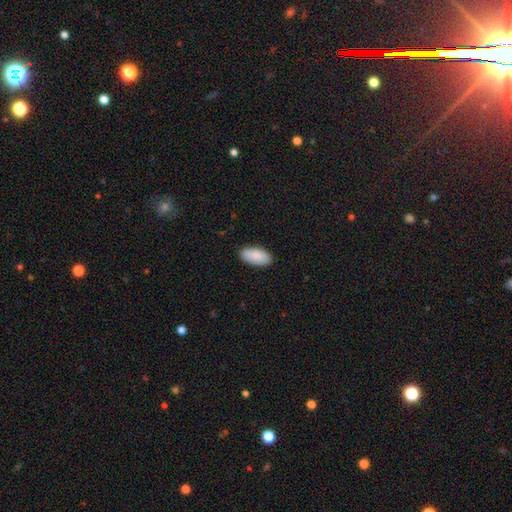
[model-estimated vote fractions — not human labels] smooth-or-featured: smooth: 90% | star or artifact: 6% | featured or disk: 4%
  how-rounded: in between: 92% | cigar-shaped: 6% | round: 2%
  merging: none: 88% | minor disturbance: 9% | major disturbance: 2% | merger: 1%